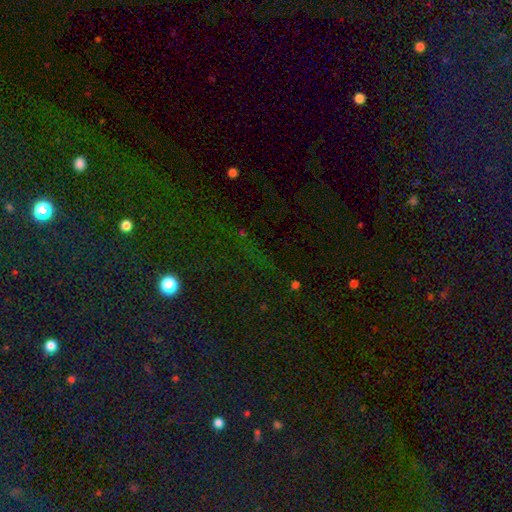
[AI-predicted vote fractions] Overall: star or artifact (71%).